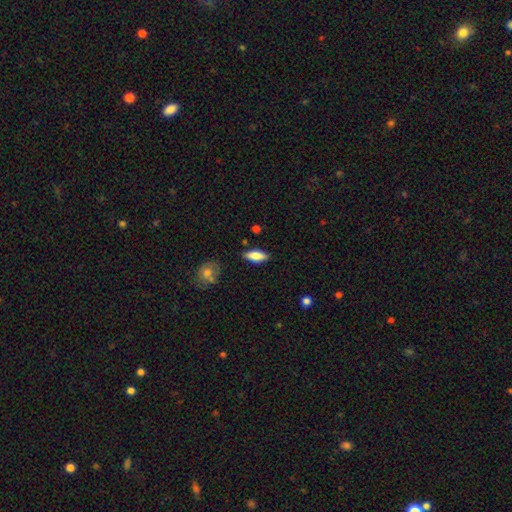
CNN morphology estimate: This appears to be a smooth galaxy with no disk features (78%) that is in between round and cigar-shaped (71%). Merging: none (85%).